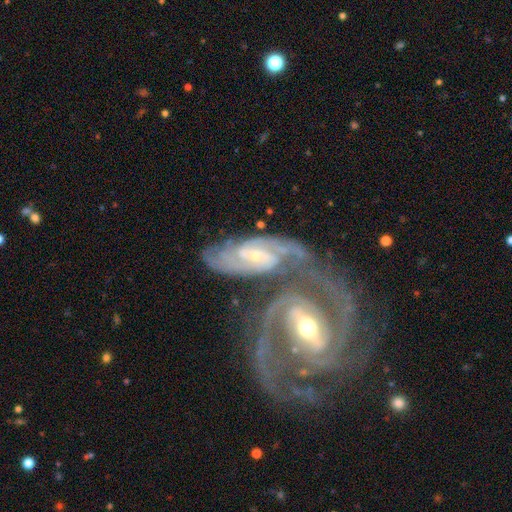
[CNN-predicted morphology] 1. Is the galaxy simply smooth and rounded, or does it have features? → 89% featured or disk, 6% smooth, 5% star or artifact.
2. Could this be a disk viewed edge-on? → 95% no, 5% yes.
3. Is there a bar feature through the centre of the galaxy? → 43% weak, 29% no, 28% strong.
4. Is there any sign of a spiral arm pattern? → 97% yes, 3% no.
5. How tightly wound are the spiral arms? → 47% medium, 43% tight, 11% loose.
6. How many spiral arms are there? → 66% 2, 14% 3, 11% can't tell, 4% 4, 3% 1, 3% more than 4.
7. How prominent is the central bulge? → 58% small, 38% moderate, 2% large, 1% none, 1% dominant.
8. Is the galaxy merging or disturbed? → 62% merger, 22% none, 10% minor disturbance, 7% major disturbance.